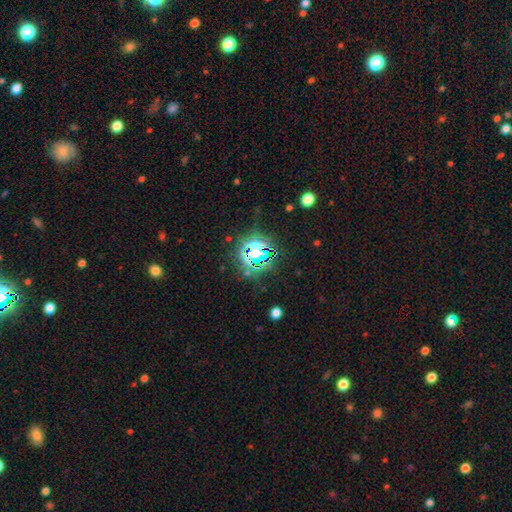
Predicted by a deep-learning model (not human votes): Smooth or featured? star or artifact (73%)